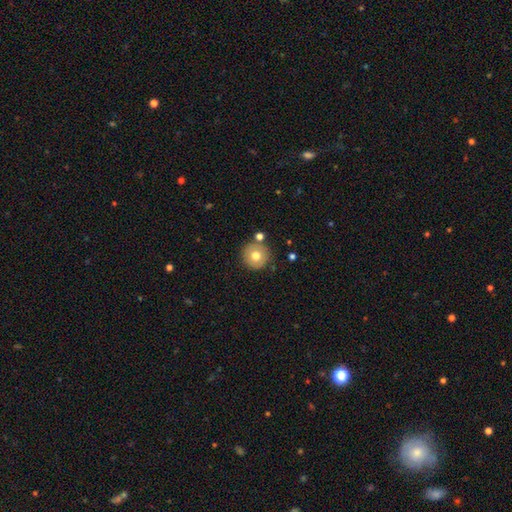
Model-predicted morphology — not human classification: Smooth or featured? Predicted: smooth (p=0.73). How rounded? Predicted: round (p=0.95). Merging? Predicted: none (p=0.82).